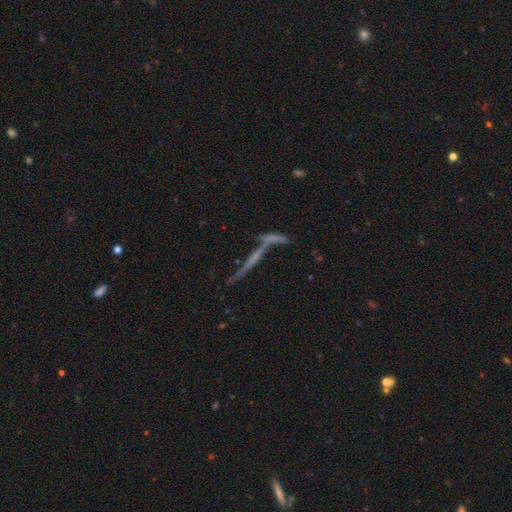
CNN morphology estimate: This is likely a featured or disk galaxy (63%). It is likely viewed edge-on (78%). Merging: possibly none (45%).